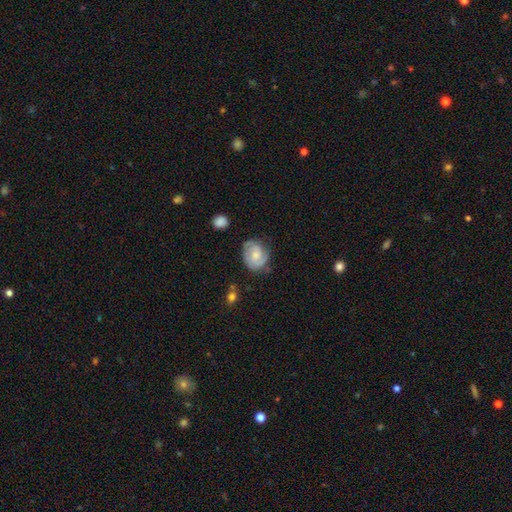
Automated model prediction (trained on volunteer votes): Smooth or featured: featured or disk — 63% (smooth — 30%)
Edge-on disk: no — 97% (yes — 3%)
Bar: no — 65% (weak — 31%)
Spiral arms: yes — 90% (no — 10%)
Spiral winding: tight — 53% (medium — 36%)
Spiral arm count: 2 — 61% (can't tell — 20%)
Bulge size: small — 45% (moderate — 44%)
Merging: none — 67% (minor disturbance — 24%)